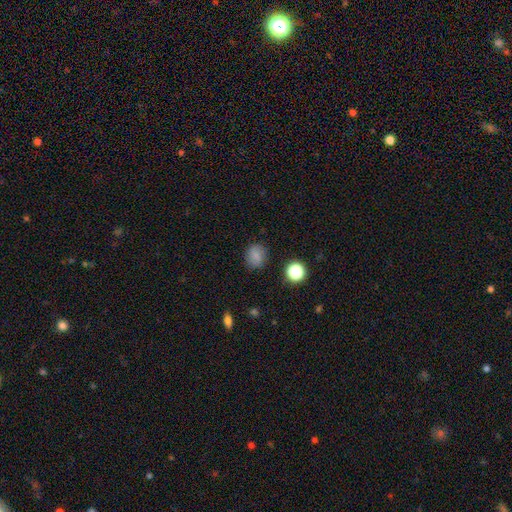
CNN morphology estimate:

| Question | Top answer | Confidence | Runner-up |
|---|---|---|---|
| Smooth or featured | smooth | 81% | star or artifact (13%) |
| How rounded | round | 68% | in between (31%) |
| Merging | none | 84% | minor disturbance (11%) |